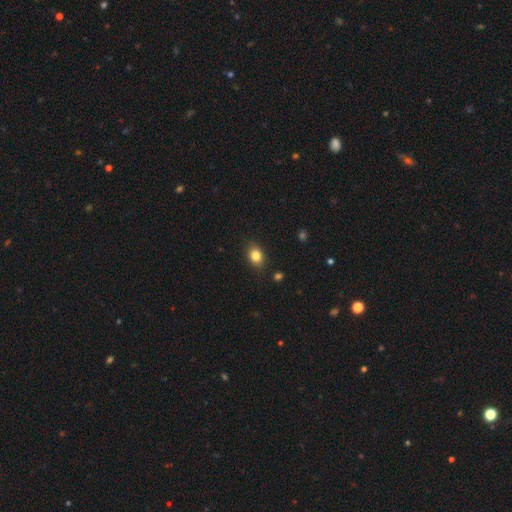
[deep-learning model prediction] Smooth or featured? smooth (83%)
How rounded? in between (65%)
Merging? none (85%)